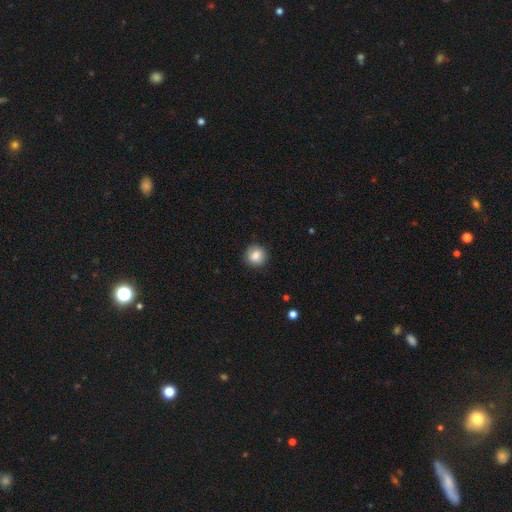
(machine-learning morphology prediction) Smooth or featured? smooth (83%)
How rounded? round (91%)
Merging? none (88%)